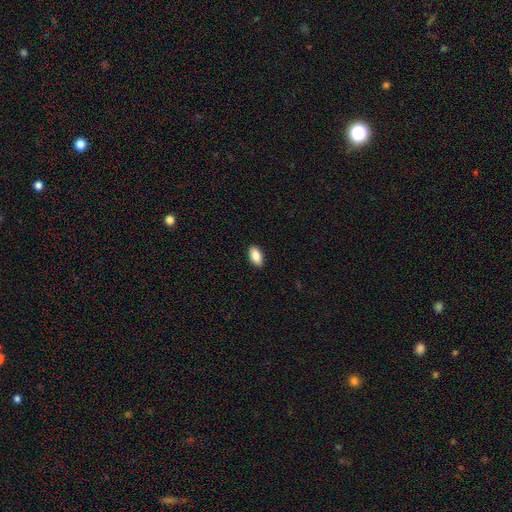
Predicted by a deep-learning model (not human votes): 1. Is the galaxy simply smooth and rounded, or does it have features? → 86% smooth, 7% star or artifact, 7% featured or disk.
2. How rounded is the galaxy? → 93% in between, 4% round, 3% cigar-shaped.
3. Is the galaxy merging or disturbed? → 90% none, 8% minor disturbance, 2% major disturbance, 1% merger.